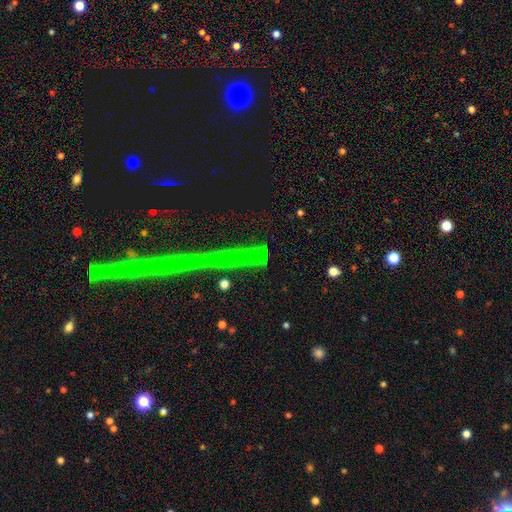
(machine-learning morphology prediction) Smooth or featured? Predicted: star or artifact (p=0.70).